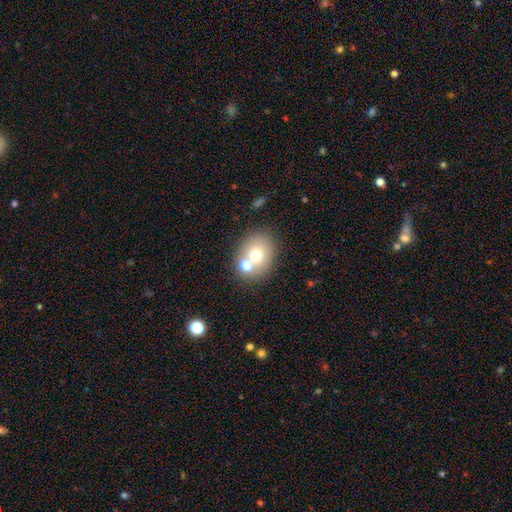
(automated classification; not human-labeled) Smooth or featured? smooth (68%)
How rounded? round (58%)
Merging? none (60%)